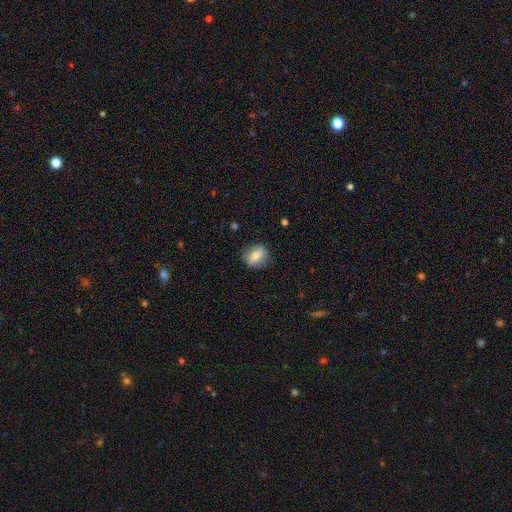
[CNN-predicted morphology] Overall: smooth (71%). How rounded: round (58%; in between 41%). Merging: none (81%).